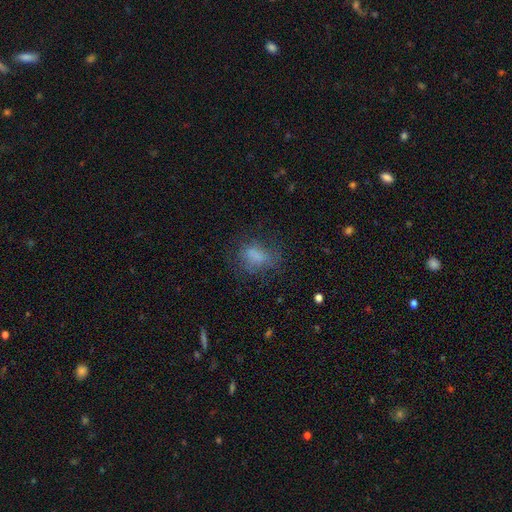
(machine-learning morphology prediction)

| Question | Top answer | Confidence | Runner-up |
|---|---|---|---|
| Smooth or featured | smooth | 71% | featured or disk (15%) |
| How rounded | in between | 71% | round (27%) |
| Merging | none | 58% | minor disturbance (22%) |